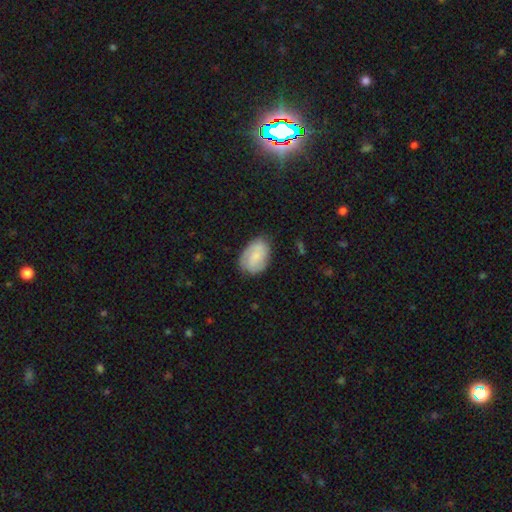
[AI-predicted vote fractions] A smooth galaxy with no disk features (60%) that is in between round and cigar-shaped (85%). Merging: none (73%).